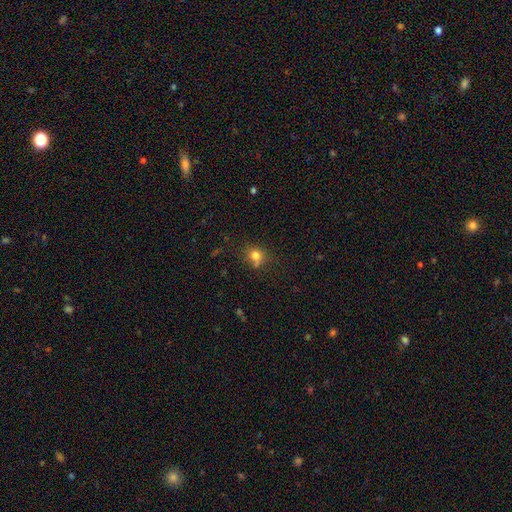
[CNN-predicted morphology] The model was most divided on "merging": none: 63%, merger: 16%, minor disturbance: 16%, major disturbance: 5%. More confident: smooth or featured — smooth (77%); how rounded — round (75%).